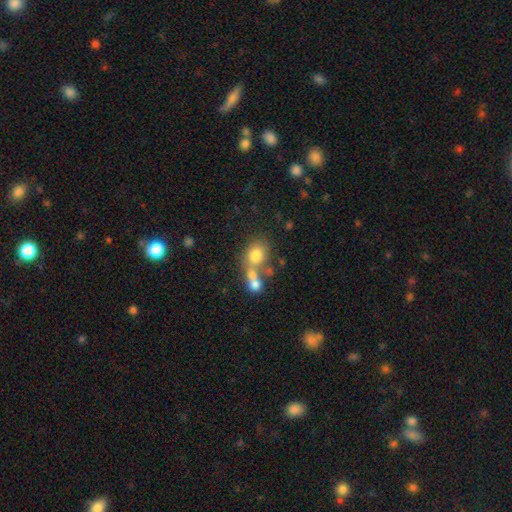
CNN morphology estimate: Smooth or featured? Predicted: smooth (p=0.72). How rounded? Predicted: round (p=0.61). Merging? Predicted: merger (p=0.45).